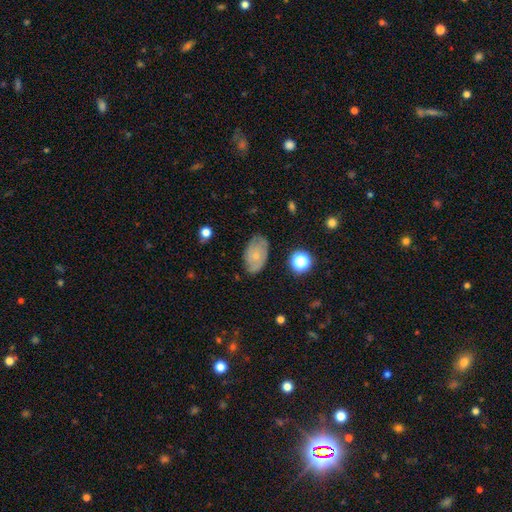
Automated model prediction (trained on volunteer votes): Smooth or featured? smooth (50%)
How rounded? in between (88%)
Merging? none (73%)